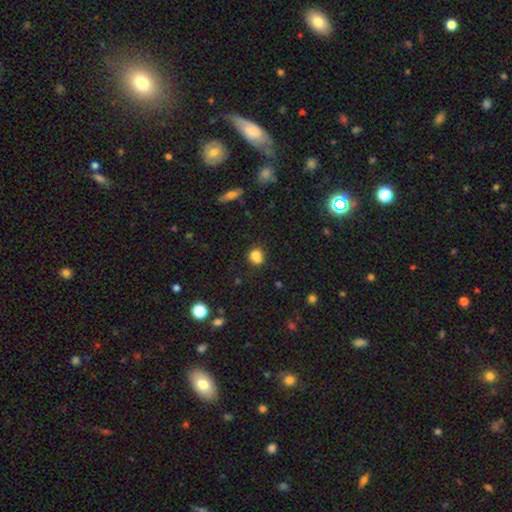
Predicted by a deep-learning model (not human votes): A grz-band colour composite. It shows a smooth galaxy with no disk features (76%) that is round (74%). Merging: none (48%).